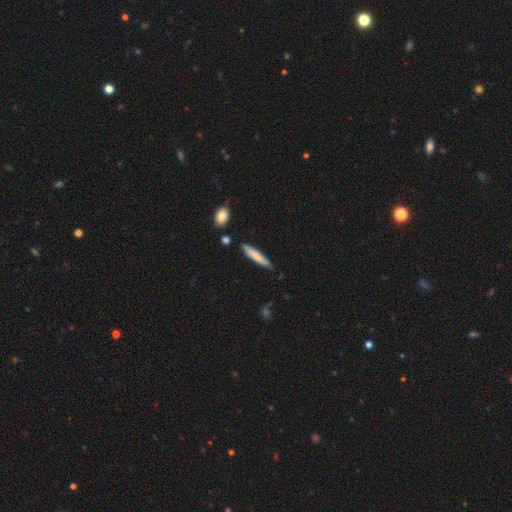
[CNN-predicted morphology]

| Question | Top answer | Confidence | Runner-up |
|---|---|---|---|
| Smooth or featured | smooth | 74% | featured or disk (21%) |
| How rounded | cigar-shaped | 91% | in between (7%) |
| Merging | none | 83% | minor disturbance (12%) |